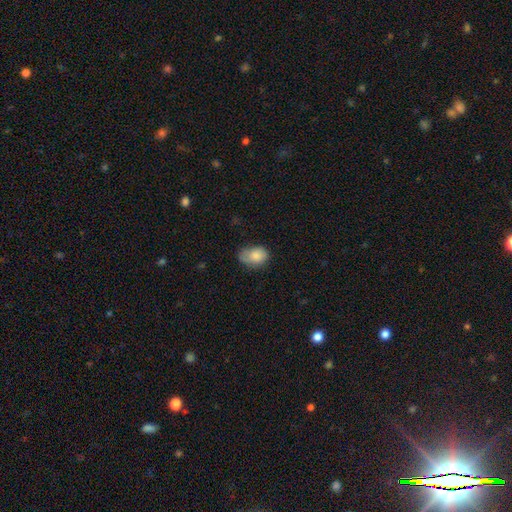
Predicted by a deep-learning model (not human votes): This is clearly a smooth galaxy (82%). How rounded: likely in between (80%). Merging: possibly none (46%).